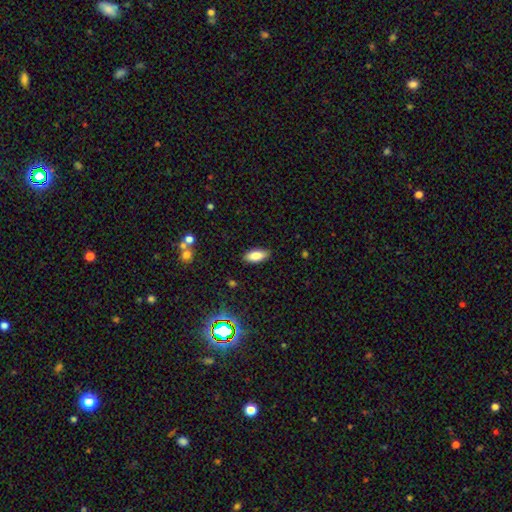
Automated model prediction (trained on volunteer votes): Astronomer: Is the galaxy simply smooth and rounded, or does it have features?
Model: smooth — 83%.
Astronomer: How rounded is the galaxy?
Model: in between — 86%.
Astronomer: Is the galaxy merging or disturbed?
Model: none — 87%.